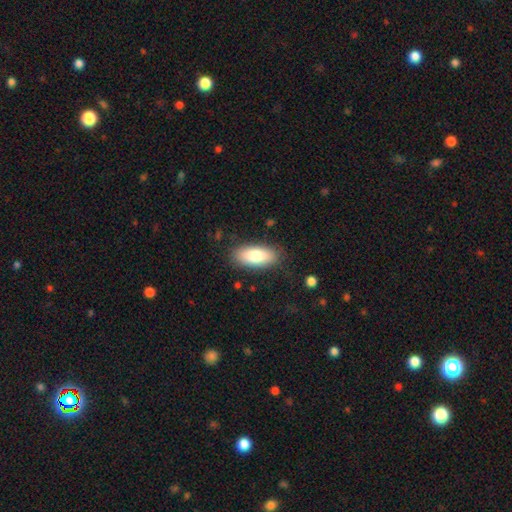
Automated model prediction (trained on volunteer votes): The model was most divided on "smooth or featured": smooth: 82%, featured or disk: 12%, star or artifact: 6%. More confident: merging — none (85%); how rounded — in between (84%).